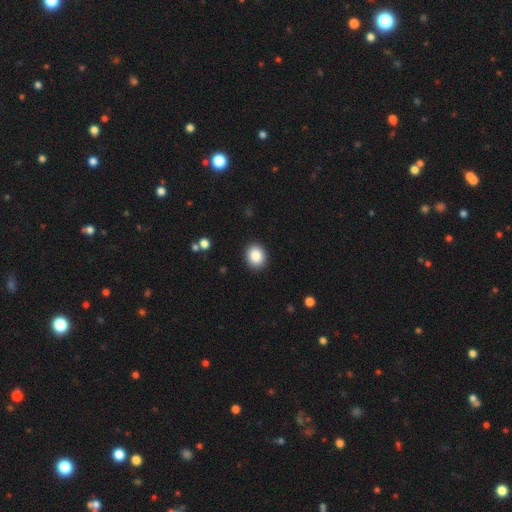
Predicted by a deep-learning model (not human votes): Smooth or featured? smooth (87%)
How rounded? round (59%)
Merging? none (91%)